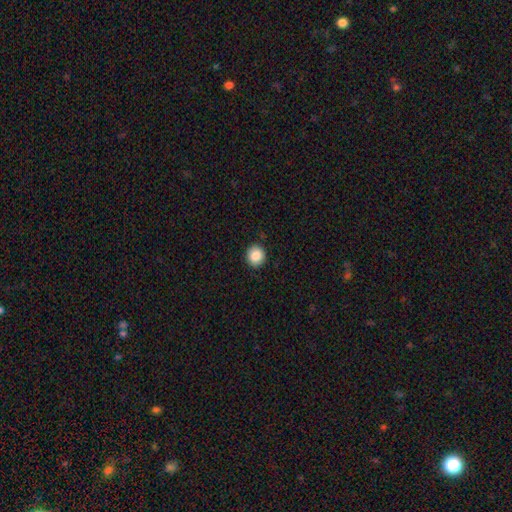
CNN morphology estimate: Smooth or featured? smooth (87%)
How rounded? round (89%)
Merging? none (90%)